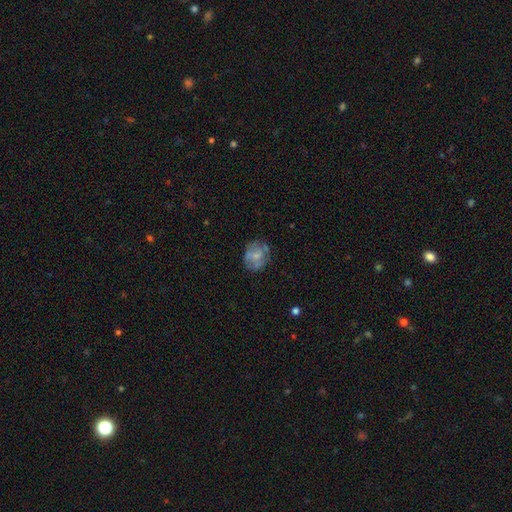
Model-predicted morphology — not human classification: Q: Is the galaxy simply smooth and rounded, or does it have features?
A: featured or disk — 47%.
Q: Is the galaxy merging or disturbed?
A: none — 61%.